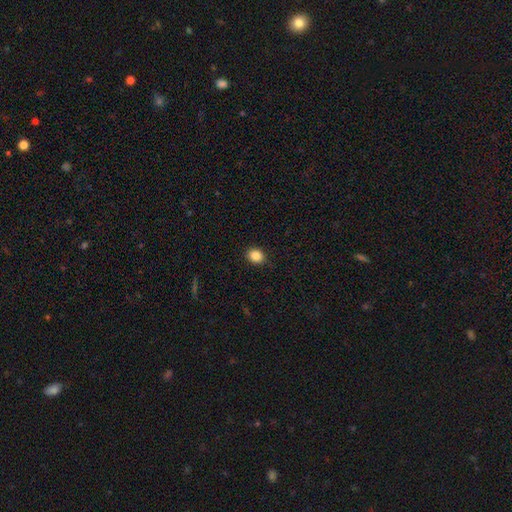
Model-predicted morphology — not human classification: smooth-or-featured: smooth: 86% | star or artifact: 10% | featured or disk: 4%
  how-rounded: round: 60% | in between: 39% | cigar-shaped: 1%
  merging: none: 90% | minor disturbance: 7% | major disturbance: 2% | merger: 1%